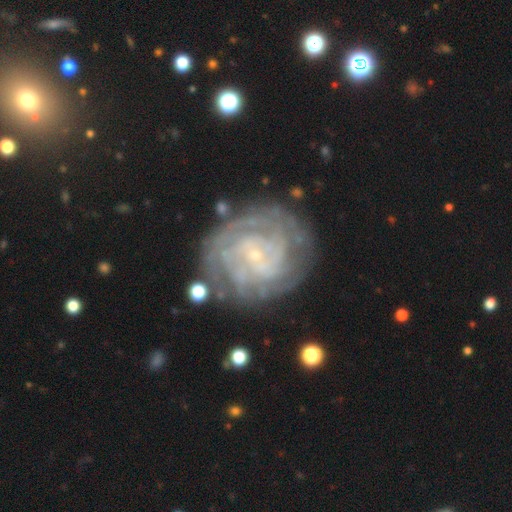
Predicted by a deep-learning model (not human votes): featured or disk 84%, smooth 9%, star or artifact 6%. Down the decision tree: edge-on disk — no (98%); bar — no (70%); spiral arms — yes (92%); spiral arm count — can't tell (38%); spiral winding — tight (77%); bulge size — small (87%); merging — none (74%).